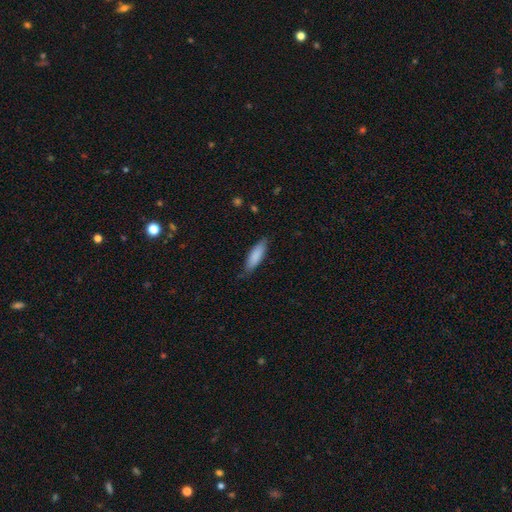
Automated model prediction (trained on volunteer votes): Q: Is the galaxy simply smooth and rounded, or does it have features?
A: smooth — 85%.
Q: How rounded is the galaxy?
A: cigar-shaped — 59%.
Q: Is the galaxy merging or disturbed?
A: none — 80%.